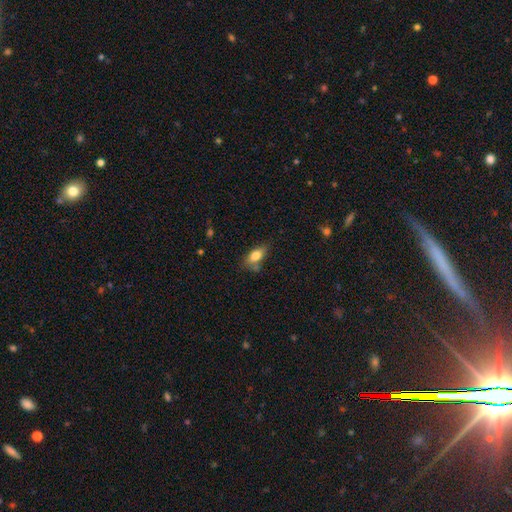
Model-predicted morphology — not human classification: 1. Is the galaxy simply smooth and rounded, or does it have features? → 80% smooth, 12% featured or disk, 8% star or artifact.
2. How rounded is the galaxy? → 86% in between, 8% cigar-shaped, 6% round.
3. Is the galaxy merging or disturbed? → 62% none, 24% minor disturbance, 8% merger, 6% major disturbance.